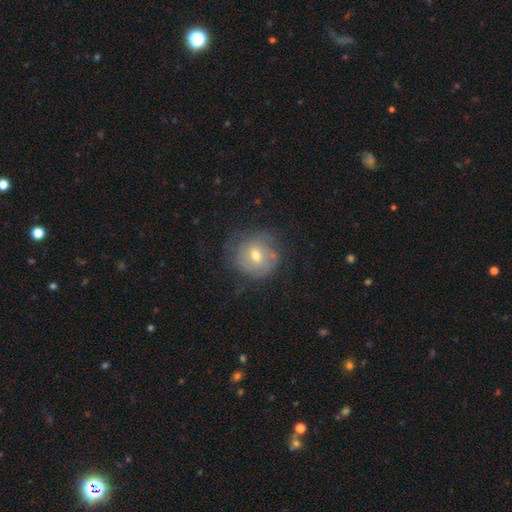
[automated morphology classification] Smooth or featured? smooth (50%)
How rounded? round (86%)
Merging? none (65%)